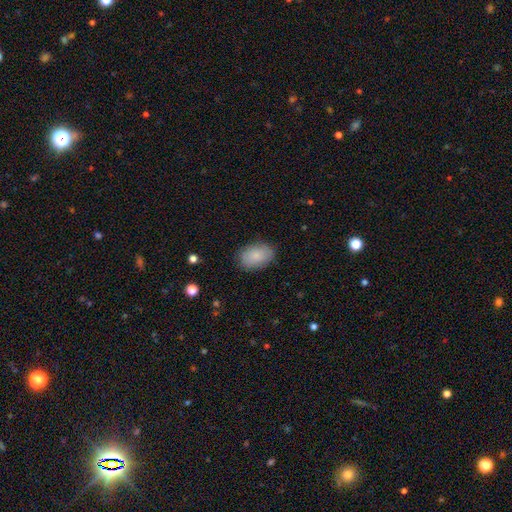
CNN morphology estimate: A smooth galaxy with no disk features (85%) that is in between round and cigar-shaped (87%).

Vote fractions:
- Smooth or featured? smooth: 85% / featured or disk: 9% / star or artifact: 7%
- How rounded? in between: 87% / round: 11% / cigar-shaped: 1%
- Merging? none: 84% / minor disturbance: 12% / major disturbance: 3% / merger: 1%